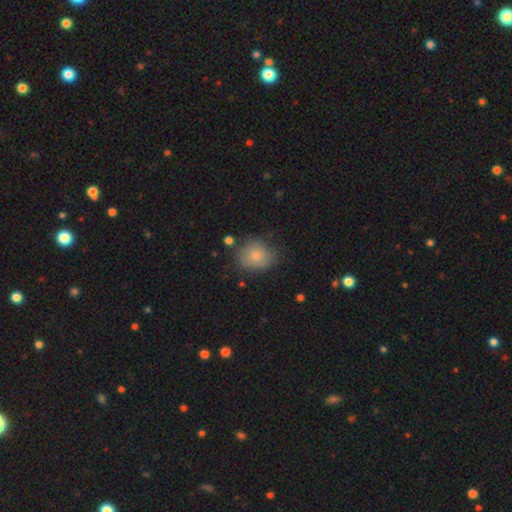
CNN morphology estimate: Smooth or featured?
  - smooth: 77% *
  - featured or disk: 14%
  - star or artifact: 8%
How rounded?
  - round: 62% *
  - in between: 37%
  - cigar-shaped: 1%
Merging?
  - none: 62% *
  - minor disturbance: 26%
  - major disturbance: 7%
  - merger: 4%